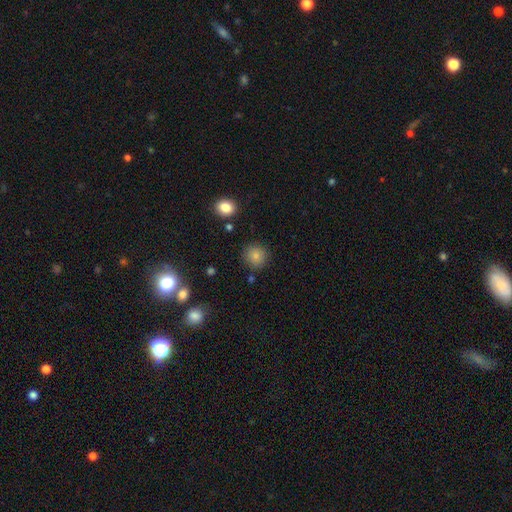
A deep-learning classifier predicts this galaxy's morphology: type=smooth (81%); roundness=round (91%); merging=none (85%).